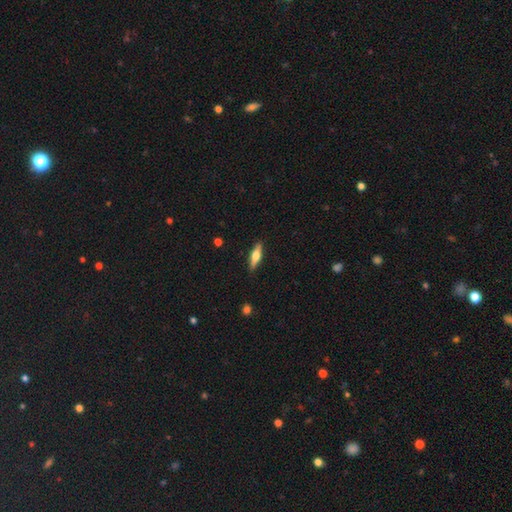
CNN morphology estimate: The model was most divided on "smooth or featured": featured or disk: 49%, smooth: 46%, star or artifact: 6%. More confident: merging — none (89%).